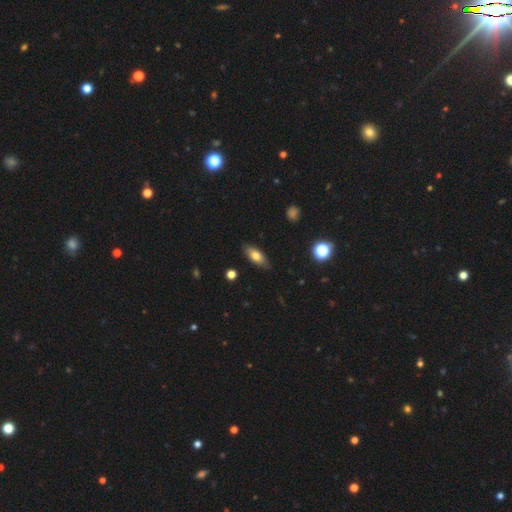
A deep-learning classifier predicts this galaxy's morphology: Smooth or featured?
  - smooth: 70% *
  - featured or disk: 23%
  - star or artifact: 7%
How rounded?
  - in between: 77% *
  - cigar-shaped: 19%
  - round: 4%
Merging?
  - none: 84% *
  - minor disturbance: 13%
  - major disturbance: 2%
  - merger: 1%